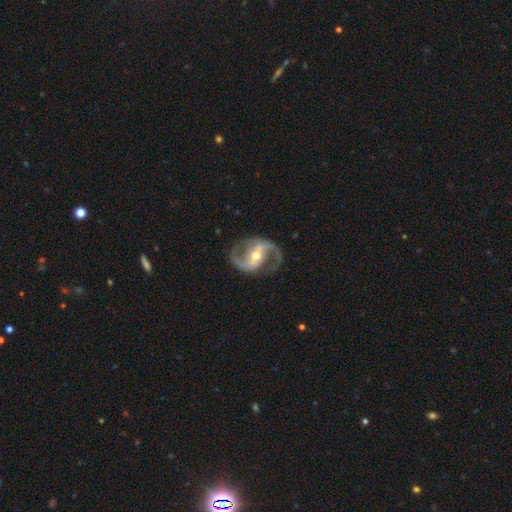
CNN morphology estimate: Smooth or featured? Predicted: featured or disk (p=0.91). Edge-on disk? Predicted: no (p=0.98). Bar? Predicted: strong (p=0.41). Spiral arms? Predicted: yes (p=0.97). Spiral winding? Predicted: medium (p=0.53). Spiral arm count? Predicted: 2 (p=0.94). Bulge size? Predicted: moderate (p=0.60). Merging? Predicted: none (p=0.81).